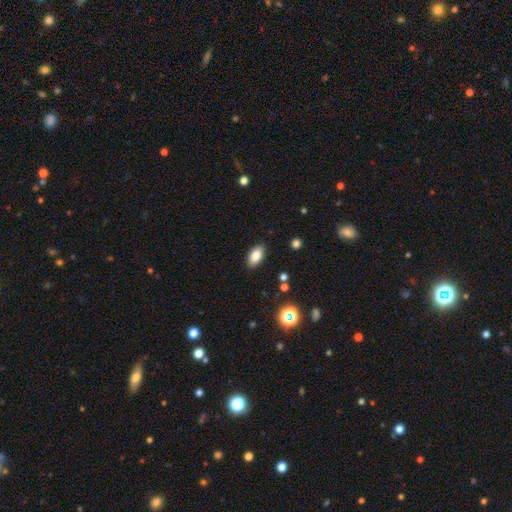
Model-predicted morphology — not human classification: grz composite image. It shows a smooth galaxy with no disk features (84%) that is in between round and cigar-shaped (92%). Merging: none (88%).